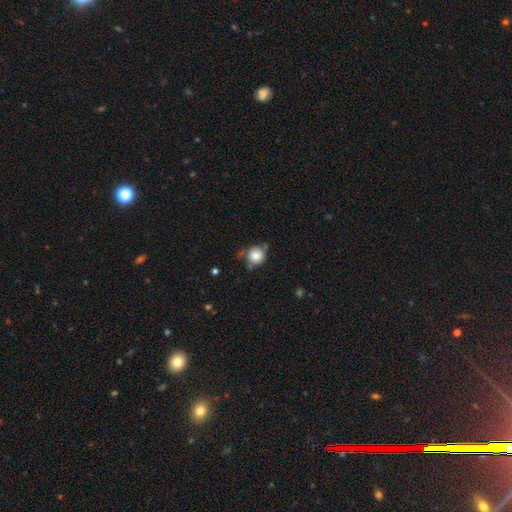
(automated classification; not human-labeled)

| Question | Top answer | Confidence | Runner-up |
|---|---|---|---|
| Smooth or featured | smooth | 81% | featured or disk (10%) |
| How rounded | round | 91% | in between (8%) |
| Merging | none | 61% | minor disturbance (23%) |